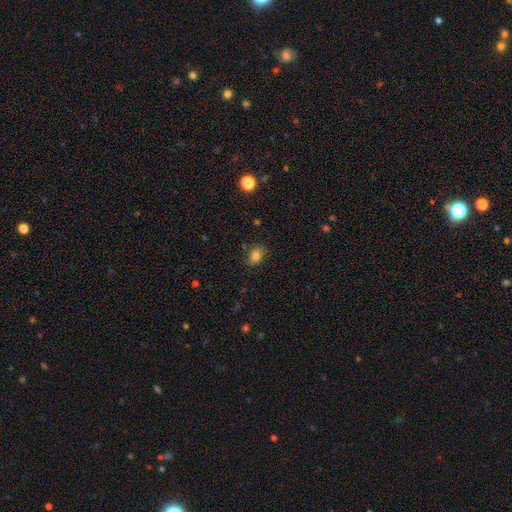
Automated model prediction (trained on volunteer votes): Overall: smooth (79%). How rounded: in between (62%; round 37%). Merging: none (76%).